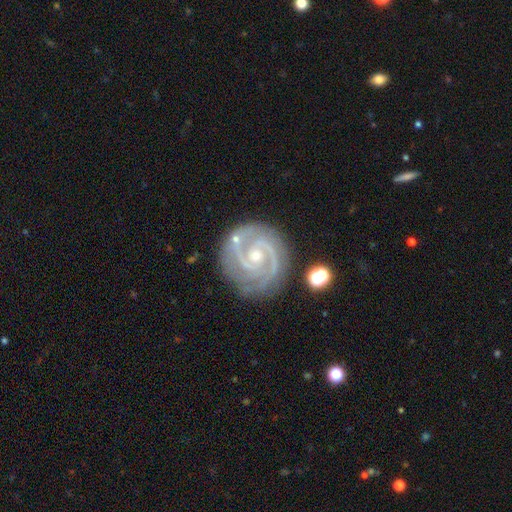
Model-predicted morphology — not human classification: Q: Smooth or featured?
A: featured or disk (91%); runner-up: star or artifact (5%)
Q: Edge-on disk?
A: no (98%); runner-up: yes (2%)
Q: Bar?
A: no (56%); runner-up: weak (32%)
Q: Spiral arms?
A: yes (98%); runner-up: no (2%)
Q: Spiral winding?
A: tight (67%); runner-up: medium (30%)
Q: Spiral arm count?
A: 2 (72%); runner-up: 3 (16%)
Q: Bulge size?
A: small (66%); runner-up: moderate (30%)
Q: Merging?
A: none (77%); runner-up: minor disturbance (15%)